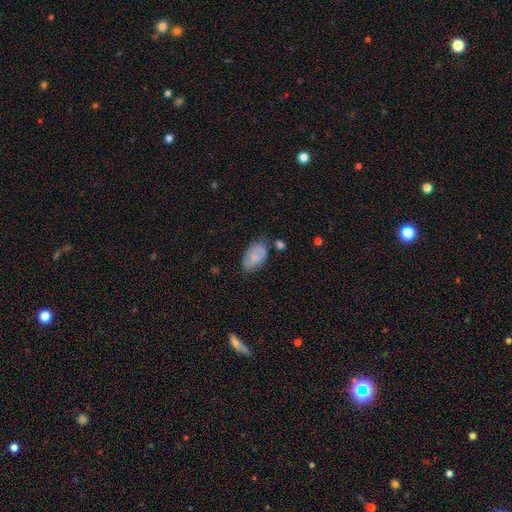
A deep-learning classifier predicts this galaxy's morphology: Smooth or featured? Predicted: smooth (p=0.71). How rounded? Predicted: in between (p=0.93). Merging? Predicted: none (p=0.56).